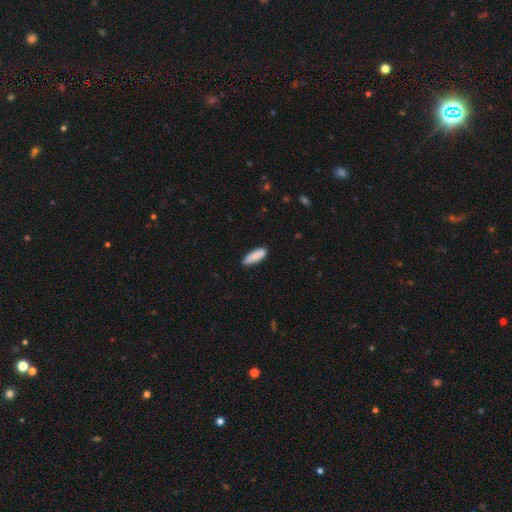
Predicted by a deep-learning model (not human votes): smooth-or-featured: smooth: 86% | featured or disk: 8% | star or artifact: 6%
  how-rounded: in between: 50% | cigar-shaped: 49% | round: 2%
  merging: none: 80% | minor disturbance: 15% | major disturbance: 2% | merger: 2%